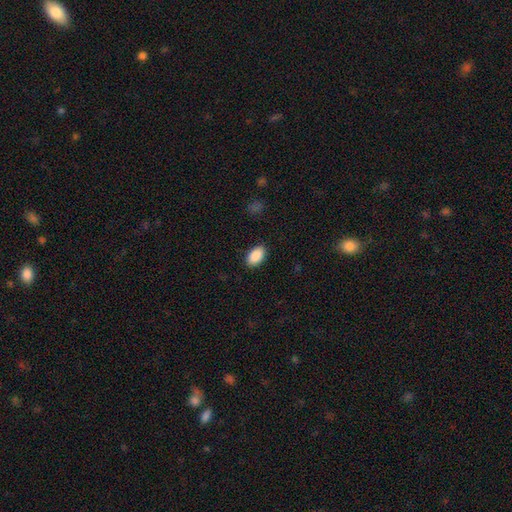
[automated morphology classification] A smooth galaxy with no disk features (90%) that is in between round and cigar-shaped (93%). Merging: none (88%).